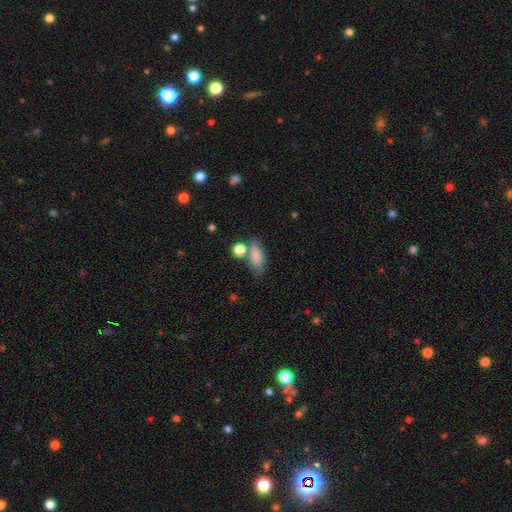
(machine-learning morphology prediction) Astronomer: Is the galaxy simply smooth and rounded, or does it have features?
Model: smooth — 82%.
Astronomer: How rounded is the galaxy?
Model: in between — 73%.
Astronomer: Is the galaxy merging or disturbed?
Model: none — 61%.